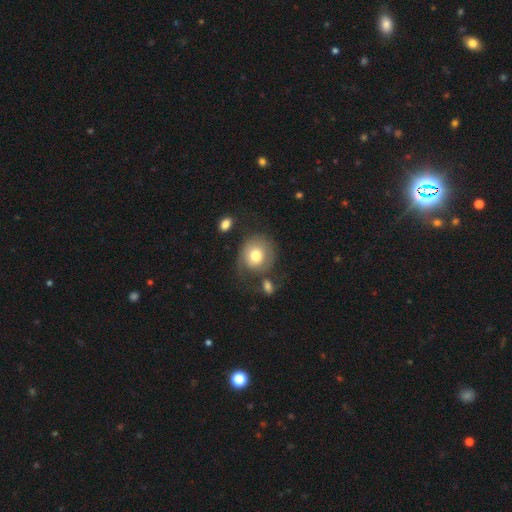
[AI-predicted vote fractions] smooth_or_featured: smooth (p=0.70) [alt: featured or disk p=0.22]
how_rounded: round (p=0.81) [alt: in between p=0.18]
merging: none (p=0.53) [alt: minor disturbance p=0.21]